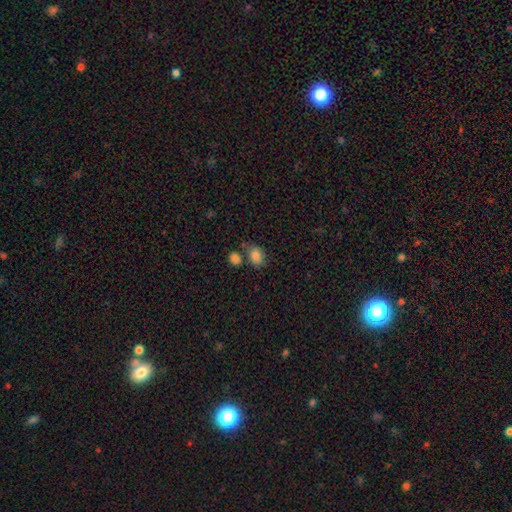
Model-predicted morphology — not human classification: A smooth galaxy with no disk features (84%) that is in between round and cigar-shaped (64%).

Vote fractions:
- Smooth or featured? smooth: 84% / star or artifact: 9% / featured or disk: 7%
- How rounded? in between: 64% / round: 35% / cigar-shaped: 1%
- Merging? none: 56% / merger: 22% / minor disturbance: 17% / major disturbance: 6%